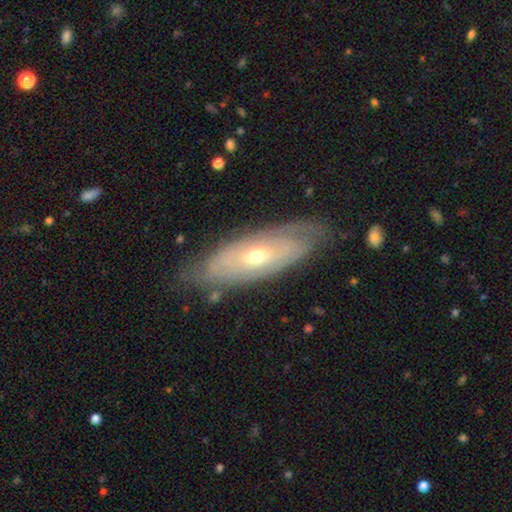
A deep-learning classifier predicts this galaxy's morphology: Smooth or featured: featured or disk — 67% (smooth — 26%)
Edge-on disk: no — 77% (yes — 23%)
Bar: no — 77% (weak — 18%)
Spiral arms: yes — 63% (no — 37%)
Bulge size: moderate — 49% (small — 48%)
Merging: none — 78% (minor disturbance — 16%)